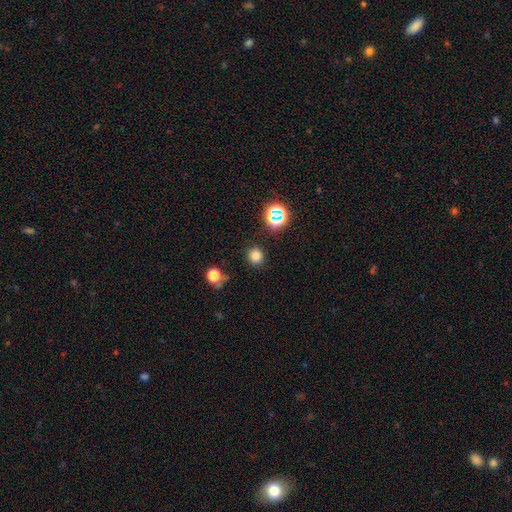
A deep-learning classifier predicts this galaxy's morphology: A smooth galaxy with no disk features (77%) that is round (89%).

Vote fractions:
- Smooth or featured? smooth: 77% / star or artifact: 18% / featured or disk: 5%
- How rounded? round: 89% / in between: 10% / cigar-shaped: 1%
- Merging? none: 87% / minor disturbance: 8% / major disturbance: 3% / merger: 2%